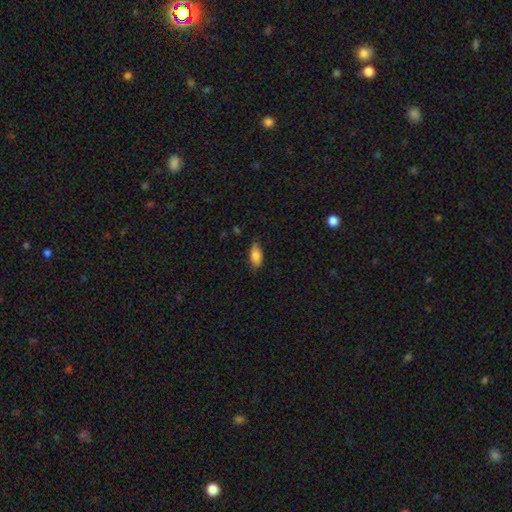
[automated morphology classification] type=smooth (84%); roundness=in between (88%); merging=none (76%).